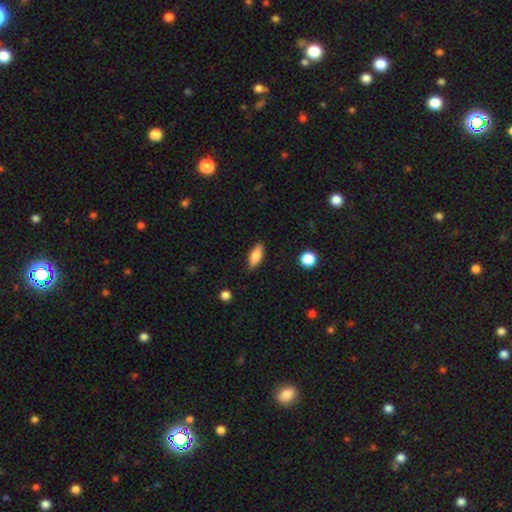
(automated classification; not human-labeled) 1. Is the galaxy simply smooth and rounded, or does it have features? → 80% smooth, 14% featured or disk, 7% star or artifact.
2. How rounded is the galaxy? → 74% in between, 23% cigar-shaped, 3% round.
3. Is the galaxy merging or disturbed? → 85% none, 11% minor disturbance, 2% major disturbance, 1% merger.